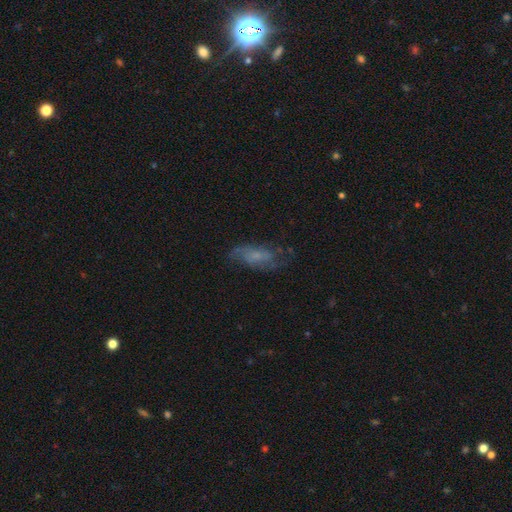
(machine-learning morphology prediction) This appears to be a featured or disk galaxy (50%). Merging: none (57%).